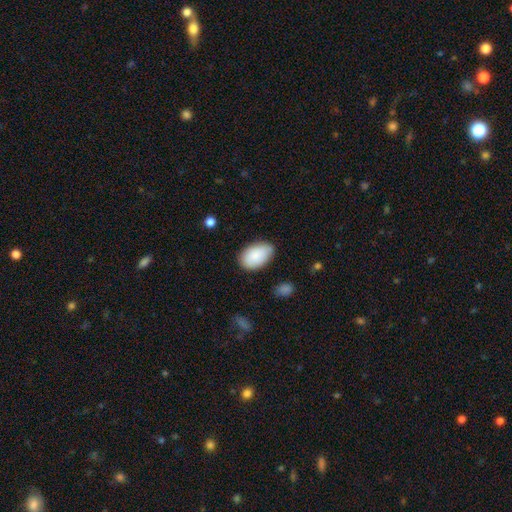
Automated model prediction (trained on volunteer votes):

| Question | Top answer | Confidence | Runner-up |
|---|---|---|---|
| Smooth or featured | smooth | 87% | featured or disk (7%) |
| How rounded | in between | 93% | round (6%) |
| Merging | none | 78% | minor disturbance (17%) |